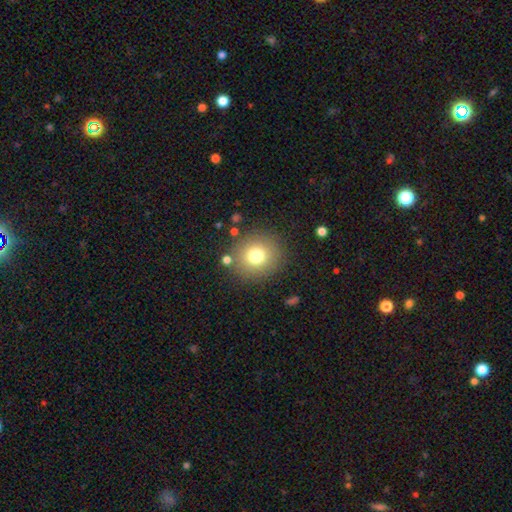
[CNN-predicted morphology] The model was most divided on "smooth or featured": smooth: 75%, star or artifact: 13%, featured or disk: 12%. More confident: how rounded — round (88%); merging — none (84%).